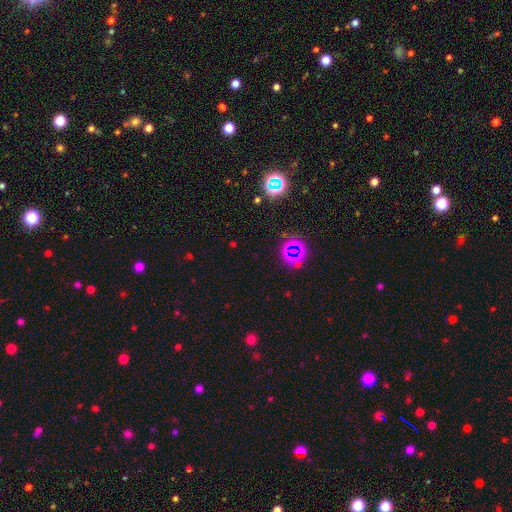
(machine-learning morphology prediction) This is likely a star or artifact rather than a galaxy (67%).